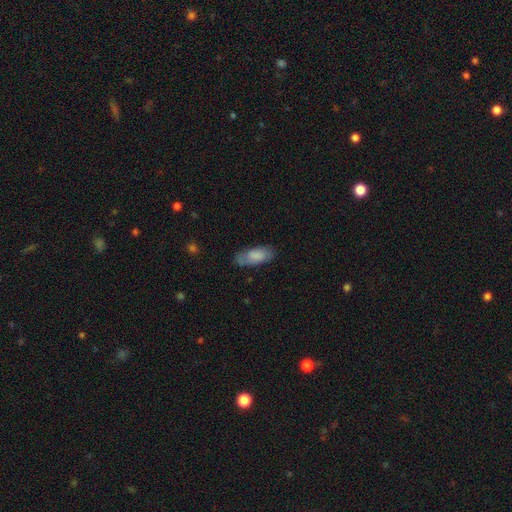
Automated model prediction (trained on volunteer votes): smooth 73%, featured or disk 20%, star or artifact 7%. Down the decision tree: how rounded — in between (85%); merging — none (66%).